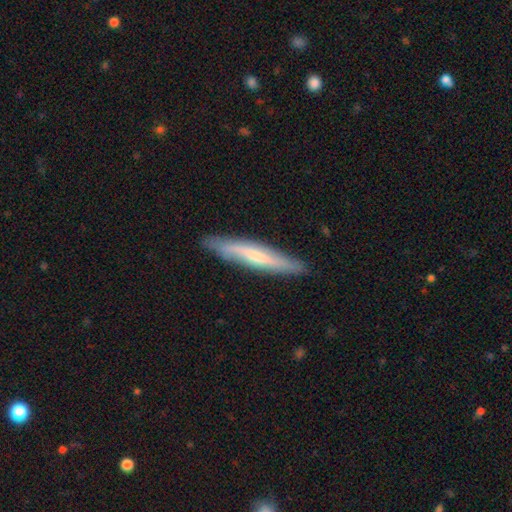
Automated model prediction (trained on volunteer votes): Morphology: type=featured or disk (51%); edge-on=yes (69%); merging=none (84%).